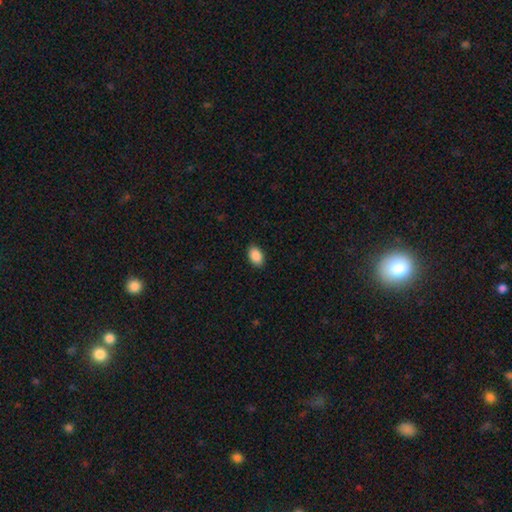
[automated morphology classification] A smooth galaxy with no disk features (90%) that is in between round and cigar-shaped (90%). Merging: none (89%).